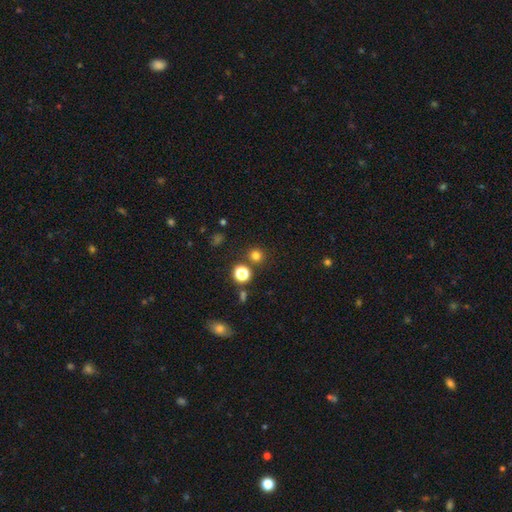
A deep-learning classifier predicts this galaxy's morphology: A smooth galaxy with no disk features (75%) that is round (92%). Merging: none (84%).